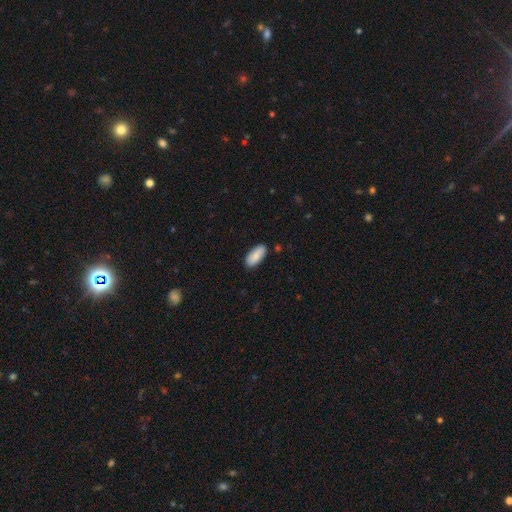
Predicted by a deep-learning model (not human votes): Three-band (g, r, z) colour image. It shows a smooth galaxy with no disk features (88%) that is in between round and cigar-shaped (87%). Merging: none (86%).